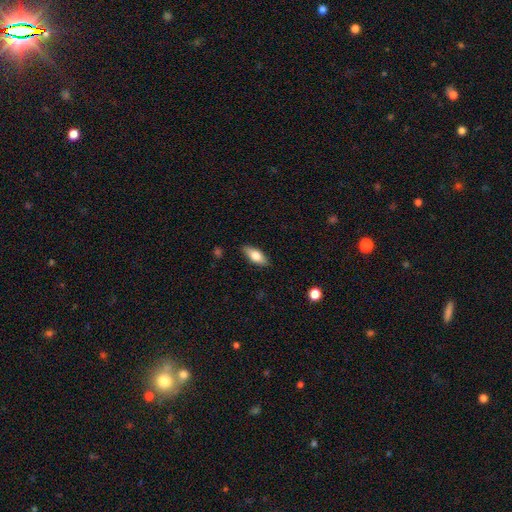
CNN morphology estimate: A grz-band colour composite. It shows a smooth galaxy with no disk features (70%) that is in between round and cigar-shaped (76%). Merging: none (86%).